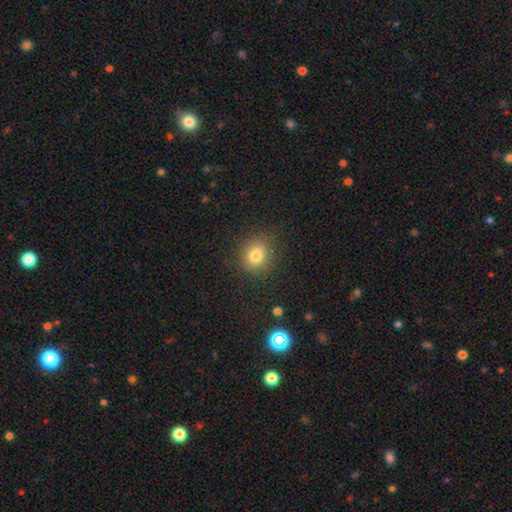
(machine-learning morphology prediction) This is likely a smooth galaxy (78%). How rounded: likely round (67%). Merging: clearly none (80%).